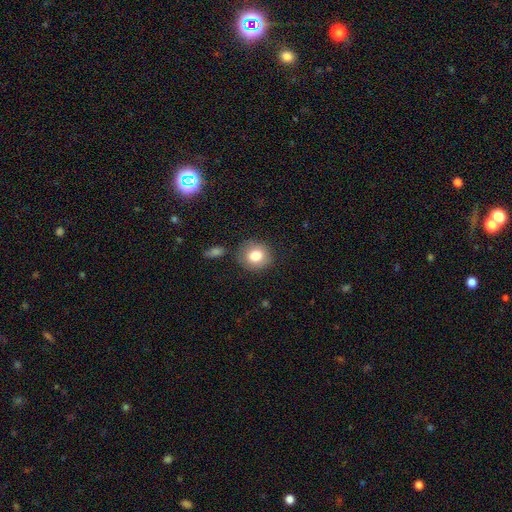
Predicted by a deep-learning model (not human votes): Smooth or featured? smooth (80%)
How rounded? round (82%)
Merging? none (83%)